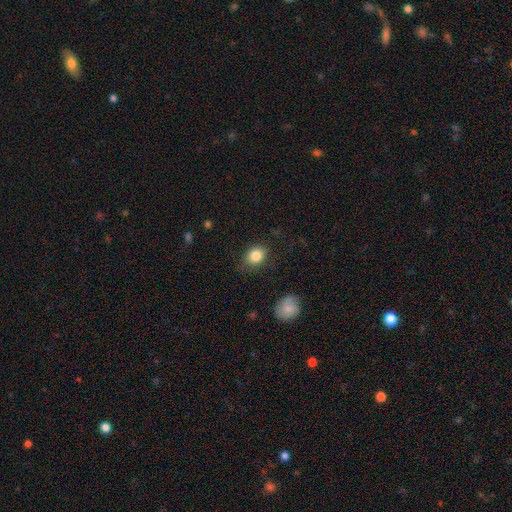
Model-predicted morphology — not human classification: type=smooth (85%); roundness=in between (53%); merging=none (74%).